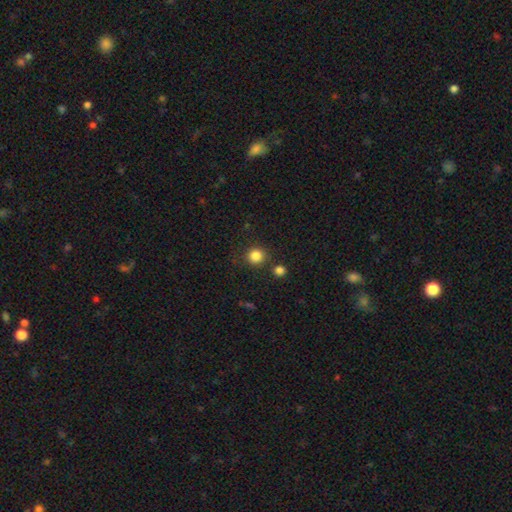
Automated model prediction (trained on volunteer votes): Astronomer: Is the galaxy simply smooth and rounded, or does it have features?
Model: smooth — 84%.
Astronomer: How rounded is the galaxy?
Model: round — 90%.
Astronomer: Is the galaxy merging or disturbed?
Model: none — 82%.